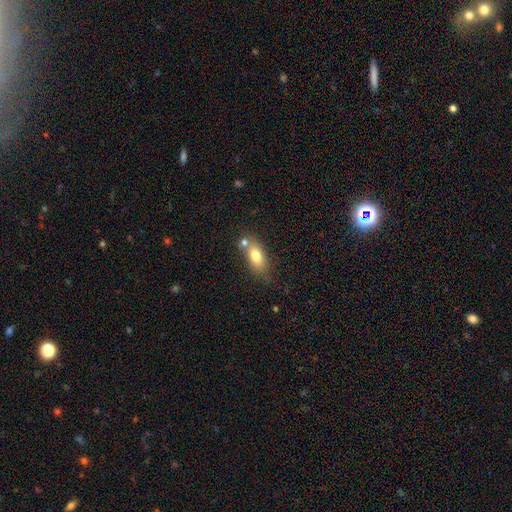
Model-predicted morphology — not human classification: Smooth or featured: smooth — 74% (featured or disk — 18%)
How rounded: in between — 81% (cigar-shaped — 11%)
Merging: none — 55% (merger — 23%)